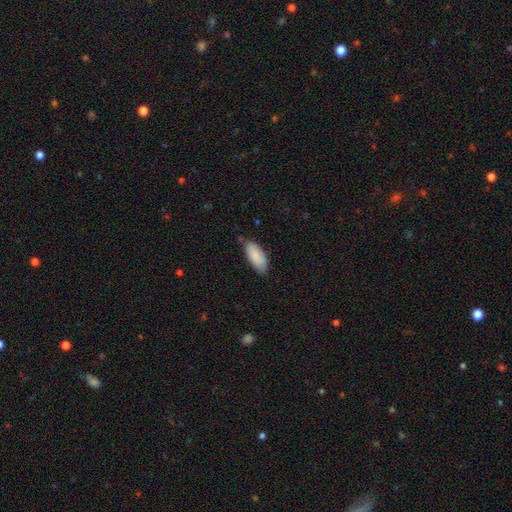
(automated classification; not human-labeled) smooth_or_featured: smooth (p=0.88) [alt: featured or disk p=0.06]
how_rounded: in between (p=0.88) [alt: cigar-shaped p=0.11]
merging: none (p=0.77) [alt: minor disturbance p=0.19]